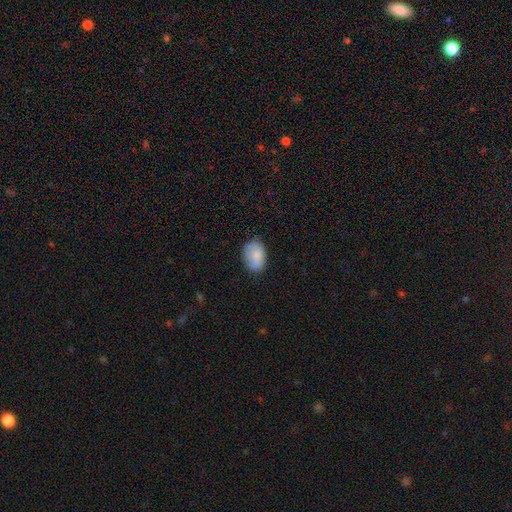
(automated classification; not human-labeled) smooth-or-featured: smooth: 79% | featured or disk: 13% | star or artifact: 7%
  how-rounded: in between: 78% | round: 21% | cigar-shaped: 1%
  merging: none: 69% | minor disturbance: 23% | major disturbance: 6% | merger: 2%